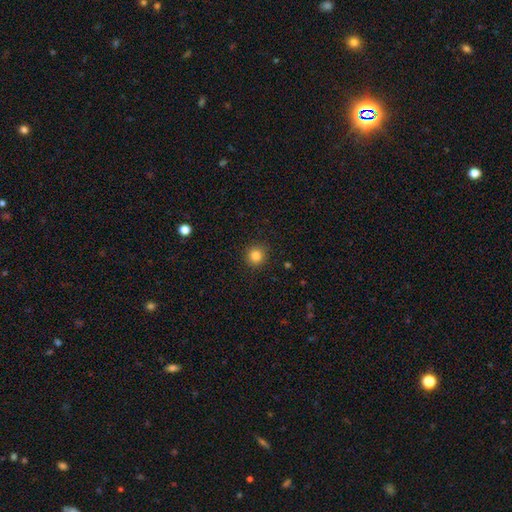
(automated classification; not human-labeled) A smooth galaxy with no disk features (85%) that is round (92%). Merging: none (90%).